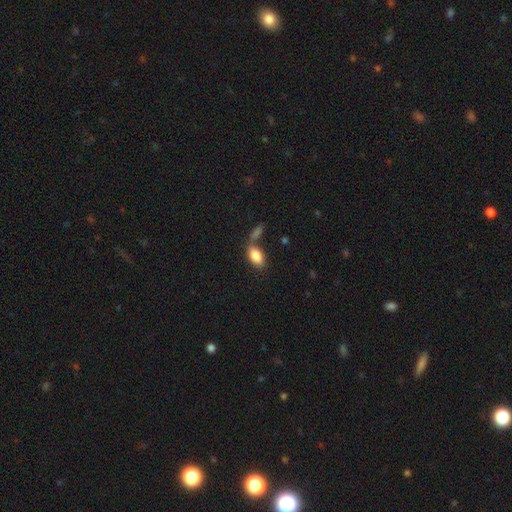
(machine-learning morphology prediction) A smooth galaxy with no disk features (85%) that is in between round and cigar-shaped (92%).

Vote fractions:
- Smooth or featured? smooth: 85% / featured or disk: 8% / star or artifact: 7%
- How rounded? in between: 92% / round: 5% / cigar-shaped: 3%
- Merging? none: 48% / merger: 32% / minor disturbance: 14% / major disturbance: 7%